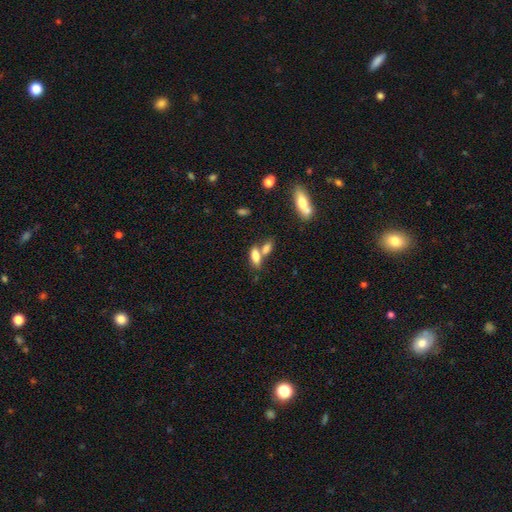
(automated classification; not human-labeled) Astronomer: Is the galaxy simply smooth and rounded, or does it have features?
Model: smooth — 75%.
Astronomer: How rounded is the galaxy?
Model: in between — 76%.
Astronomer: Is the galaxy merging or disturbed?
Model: merger — 46% (runner-up: none, 38%).